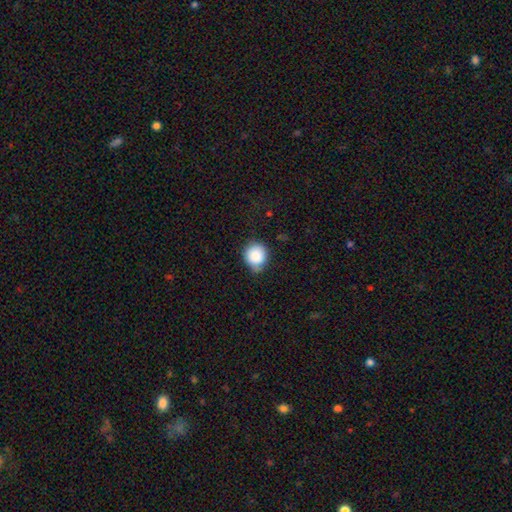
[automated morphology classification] The model was most divided on "merging": none: 66%, minor disturbance: 26%, major disturbance: 5%, merger: 2%. More confident: how rounded — round (88%); smooth or featured — smooth (86%).